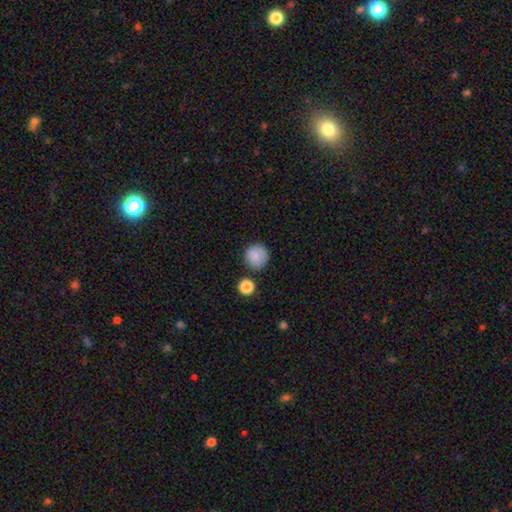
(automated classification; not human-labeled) This is clearly a smooth galaxy (86%). How rounded: clearly round (94%). Merging: clearly none (84%).